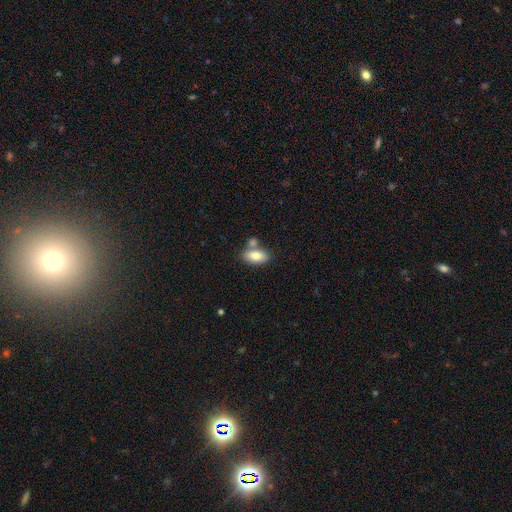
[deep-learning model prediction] This is clearly a smooth galaxy (84%). How rounded: clearly in between (92%). Merging: possibly none (59%).